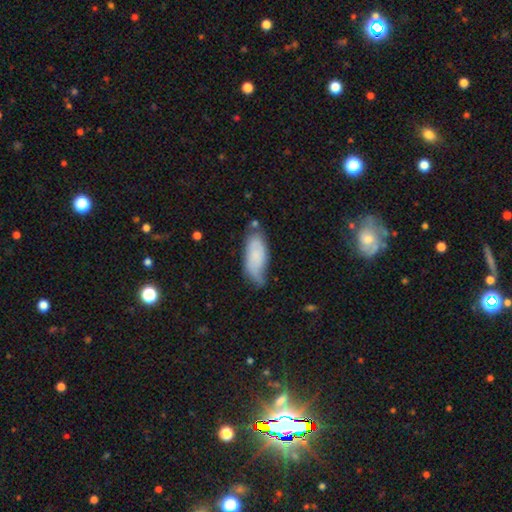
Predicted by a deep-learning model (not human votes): This is likely a smooth galaxy (66%). How rounded: likely in between (77%). Merging: possibly none (50%).